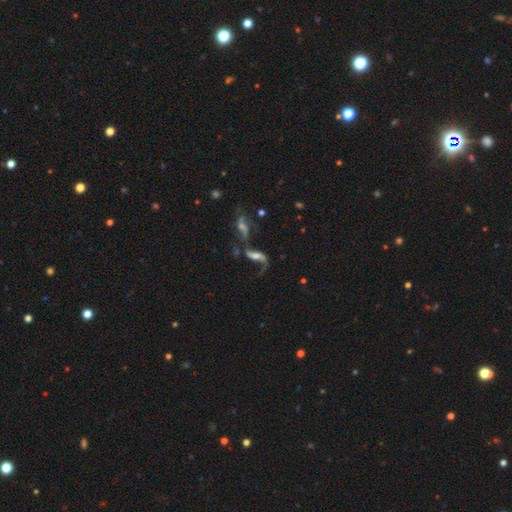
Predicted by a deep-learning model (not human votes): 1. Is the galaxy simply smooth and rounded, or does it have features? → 70% featured or disk, 18% smooth, 12% star or artifact.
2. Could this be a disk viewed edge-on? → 88% no, 12% yes.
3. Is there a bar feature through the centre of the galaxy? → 41% no, 36% weak, 23% strong.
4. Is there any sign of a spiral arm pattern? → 85% yes, 15% no.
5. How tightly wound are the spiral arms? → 85% loose, 12% medium, 4% tight.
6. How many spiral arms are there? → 68% 2, 24% 1, 5% can't tell, 1% 3, 1% 4, 1% more than 4.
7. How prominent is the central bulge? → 39% moderate, 28% small, 16% none, 14% large, 3% dominant.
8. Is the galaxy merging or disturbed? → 36% merger, 32% none, 21% major disturbance, 12% minor disturbance.